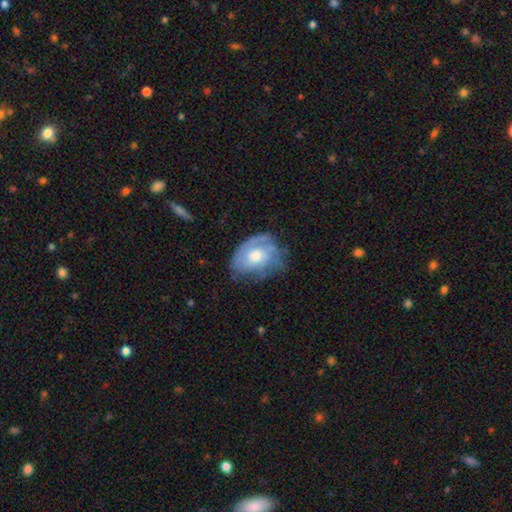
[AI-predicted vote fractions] Smooth or featured?
  - featured or disk: 60% *
  - smooth: 33%
  - star or artifact: 7%
Edge-on disk?
  - no: 95% *
  - yes: 5%
Bar?
  - no: 78% *
  - weak: 19%
  - strong: 3%
Spiral arms?
  - yes: 67% *
  - no: 33%
Bulge size?
  - moderate: 66% *
  - large: 16%
  - small: 15%
  - none: 2%
  - dominant: 1%
Merging?
  - none: 53% *
  - minor disturbance: 29%
  - major disturbance: 16%
  - merger: 2%